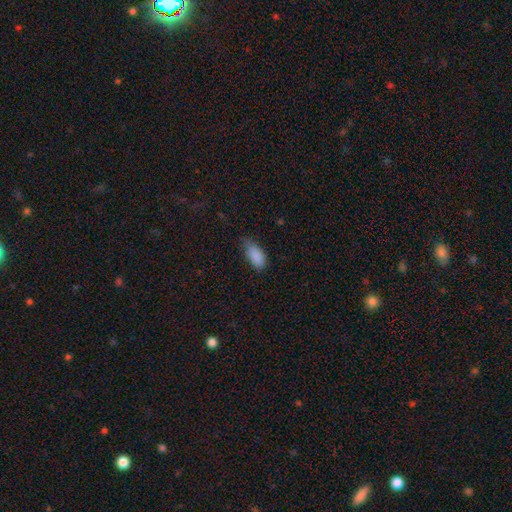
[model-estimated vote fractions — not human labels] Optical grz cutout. It shows a smooth galaxy with no disk features (87%) that is in between round and cigar-shaped (92%). Merging: none (48%).